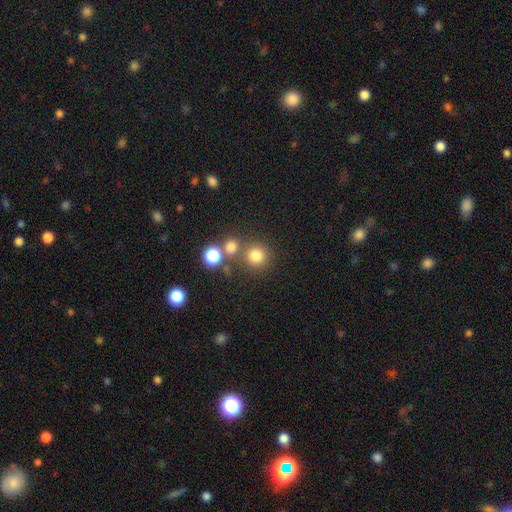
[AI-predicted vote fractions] Smooth or featured? Predicted: smooth (p=0.77). How rounded? Predicted: round (p=0.93). Merging? Predicted: none (p=0.72).